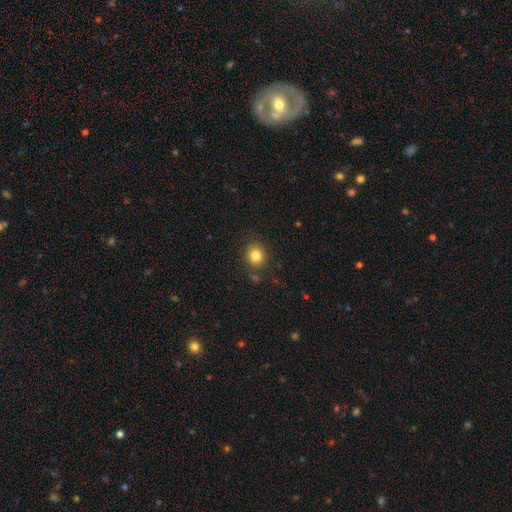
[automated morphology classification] A smooth galaxy with no disk features (82%) that is round (84%). Merging: none (85%).